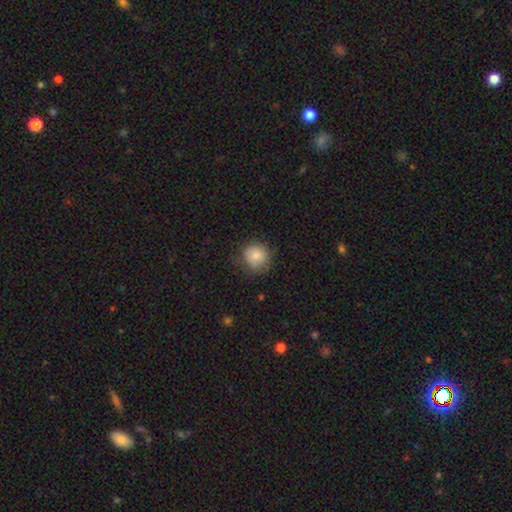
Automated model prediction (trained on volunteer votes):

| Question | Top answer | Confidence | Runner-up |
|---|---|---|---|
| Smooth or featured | smooth | 83% | star or artifact (9%) |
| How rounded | round | 89% | in between (11%) |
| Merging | none | 74% | minor disturbance (19%) |